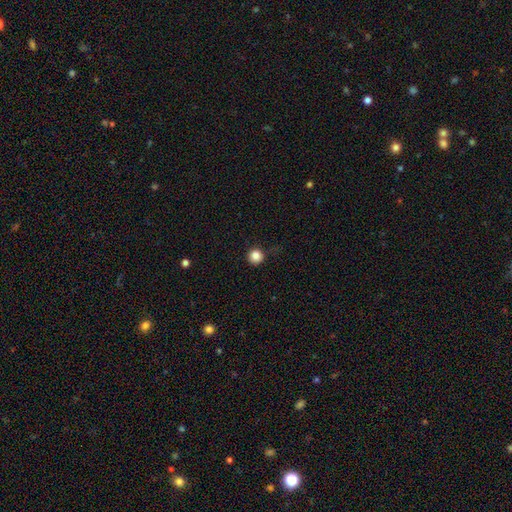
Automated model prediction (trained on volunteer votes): This appears to be a smooth galaxy with no disk features (85%) that is round (95%). Merging: none (86%).